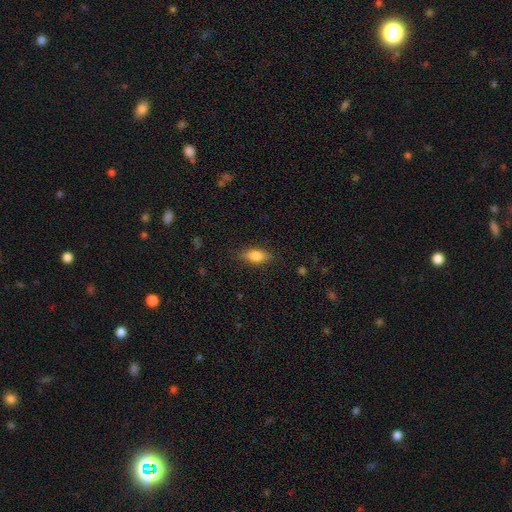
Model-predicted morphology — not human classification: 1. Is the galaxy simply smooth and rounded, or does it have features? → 79% smooth, 14% featured or disk, 7% star or artifact.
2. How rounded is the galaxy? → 80% in between, 15% cigar-shaped, 5% round.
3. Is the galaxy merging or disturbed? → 84% none, 12% minor disturbance, 3% major disturbance, 1% merger.